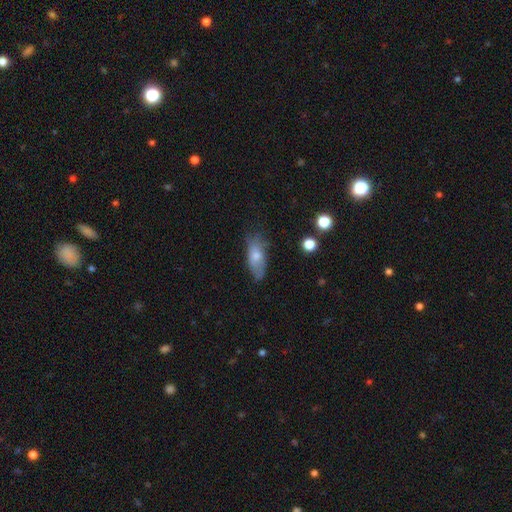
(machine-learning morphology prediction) This is likely a smooth galaxy (62%). How rounded: likely in between (73%). Merging: likely none (63%).